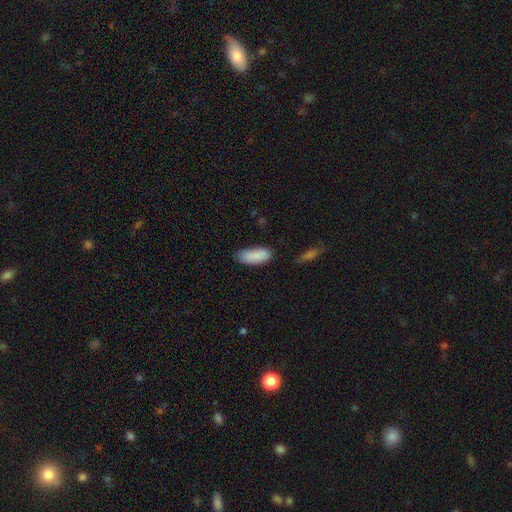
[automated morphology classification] Q: Smooth or featured?
A: smooth (88%); runner-up: star or artifact (7%)
Q: How rounded?
A: in between (80%); runner-up: cigar-shaped (18%)
Q: Merging?
A: none (71%); runner-up: minor disturbance (22%)